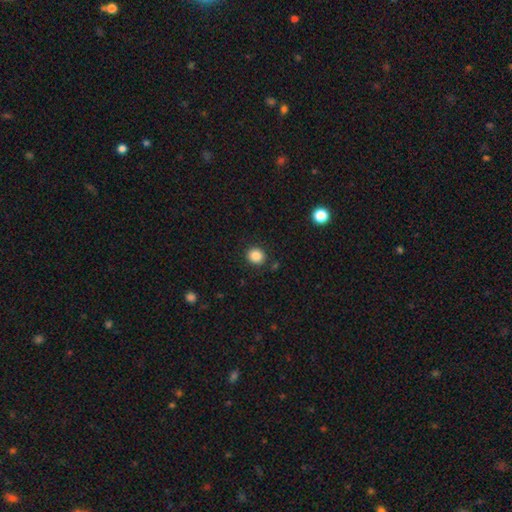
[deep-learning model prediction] Smooth or featured: smooth — 86% (star or artifact — 10%)
How rounded: round — 85% (in between — 14%)
Merging: none — 89% (minor disturbance — 7%)